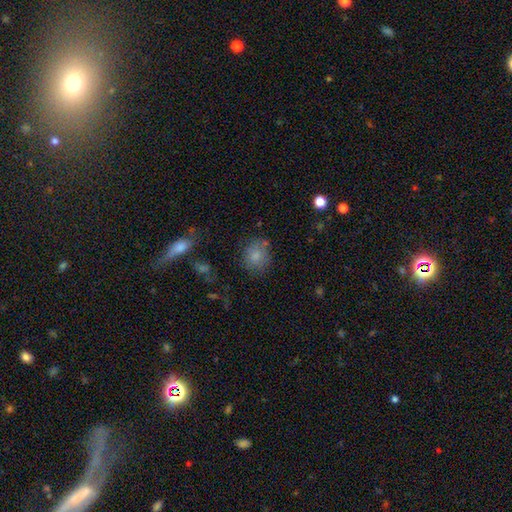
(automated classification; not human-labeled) Smooth or featured?
  - smooth: 82% *
  - star or artifact: 10%
  - featured or disk: 8%
How rounded?
  - round: 75% *
  - in between: 24%
  - cigar-shaped: 1%
Merging?
  - none: 73% *
  - minor disturbance: 16%
  - major disturbance: 6%
  - merger: 5%